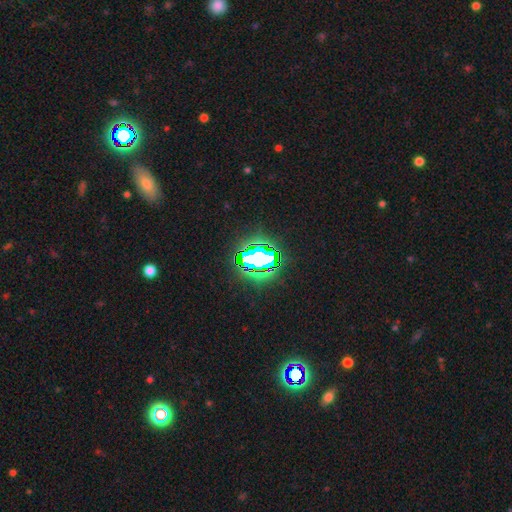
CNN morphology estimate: Smooth or featured: star or artifact — 68% (smooth — 18%)